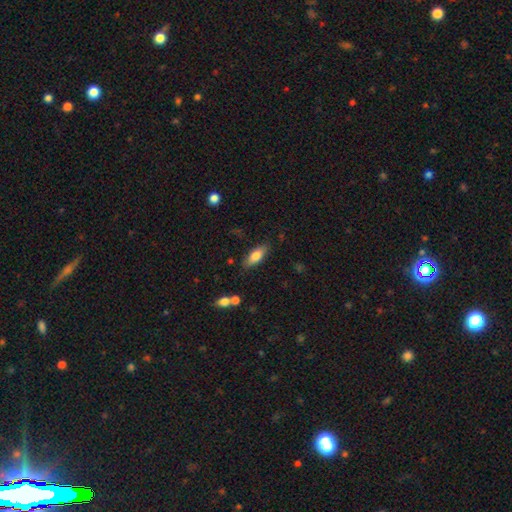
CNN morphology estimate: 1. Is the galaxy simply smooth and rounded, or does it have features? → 75% smooth, 19% featured or disk, 7% star or artifact.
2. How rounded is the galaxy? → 73% in between, 24% cigar-shaped, 2% round.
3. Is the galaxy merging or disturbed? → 81% none, 13% minor disturbance, 3% major disturbance, 3% merger.